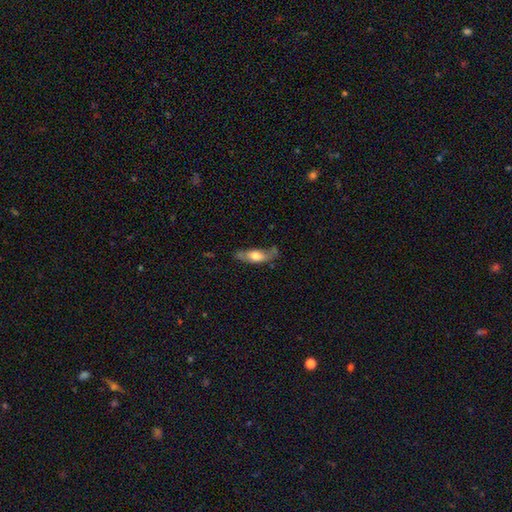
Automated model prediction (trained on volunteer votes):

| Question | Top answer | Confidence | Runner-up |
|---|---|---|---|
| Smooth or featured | smooth | 56% | featured or disk (38%) |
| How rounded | in between | 57% | cigar-shaped (39%) |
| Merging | none | 60% | minor disturbance (27%) |